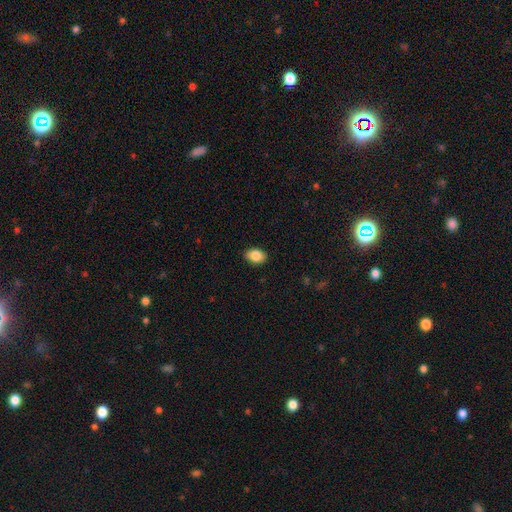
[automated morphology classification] Smooth or featured?
  - smooth: 86% *
  - star or artifact: 8%
  - featured or disk: 6%
How rounded?
  - in between: 82% *
  - round: 17%
  - cigar-shaped: 1%
Merging?
  - none: 87% *
  - minor disturbance: 10%
  - major disturbance: 2%
  - merger: 1%